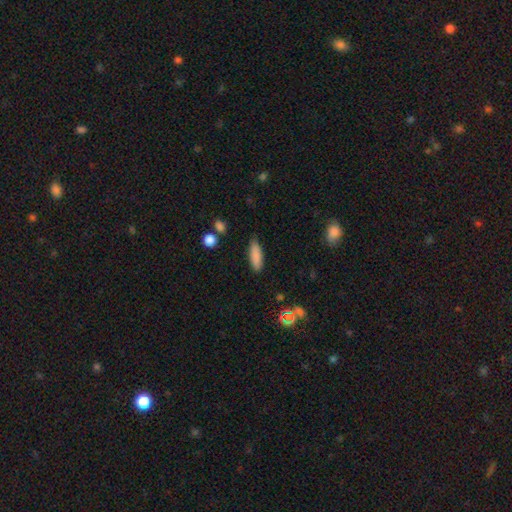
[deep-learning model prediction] smooth-or-featured: smooth: 86% | star or artifact: 8% | featured or disk: 6%
  how-rounded: in between: 50% | cigar-shaped: 49% | round: 2%
  merging: none: 85% | minor disturbance: 11% | major disturbance: 2% | merger: 2%